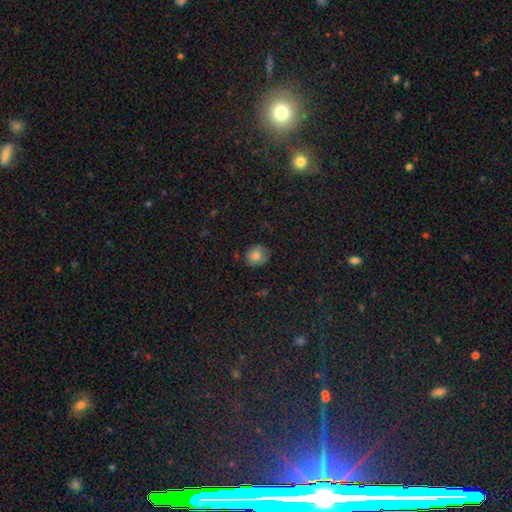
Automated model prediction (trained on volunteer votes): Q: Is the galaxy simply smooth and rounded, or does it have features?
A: smooth — 75%.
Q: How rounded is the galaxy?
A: round — 70%.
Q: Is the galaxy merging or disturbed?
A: none — 68%.